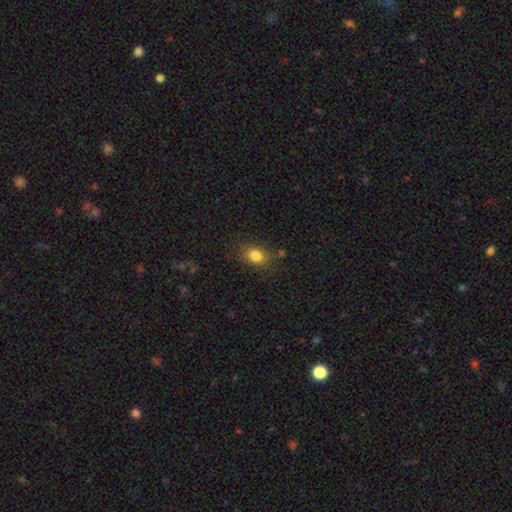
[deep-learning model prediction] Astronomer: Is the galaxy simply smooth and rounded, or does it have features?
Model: smooth — 82%.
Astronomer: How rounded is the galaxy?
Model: in between — 61% (runner-up: round, 37%).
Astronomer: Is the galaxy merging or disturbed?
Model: none — 76%.